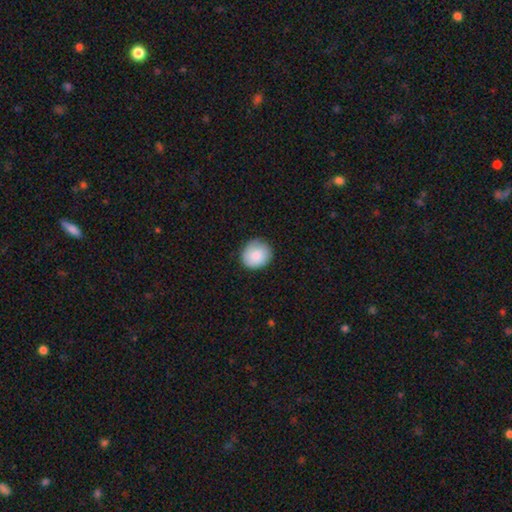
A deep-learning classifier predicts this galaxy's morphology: Smooth or featured?
  - smooth: 86% *
  - featured or disk: 7%
  - star or artifact: 7%
How rounded?
  - round: 83% *
  - in between: 16%
  - cigar-shaped: 1%
Merging?
  - none: 83% *
  - minor disturbance: 13%
  - major disturbance: 3%
  - merger: 1%